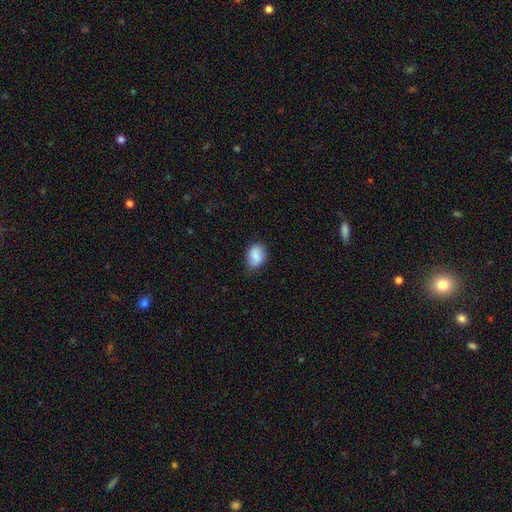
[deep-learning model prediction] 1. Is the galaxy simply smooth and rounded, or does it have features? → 80% smooth, 12% featured or disk, 8% star or artifact.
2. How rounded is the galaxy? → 71% in between, 28% round, 1% cigar-shaped.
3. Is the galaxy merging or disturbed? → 73% none, 22% minor disturbance, 4% major disturbance, 1% merger.